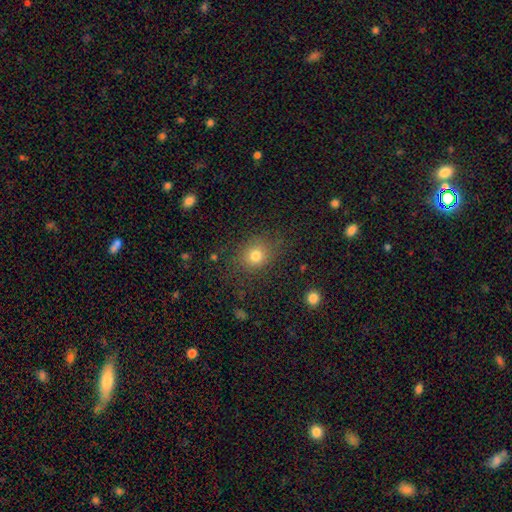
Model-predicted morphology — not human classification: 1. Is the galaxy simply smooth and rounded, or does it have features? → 77% smooth, 14% star or artifact, 8% featured or disk.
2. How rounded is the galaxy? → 68% round, 31% in between, 1% cigar-shaped.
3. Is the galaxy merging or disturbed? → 80% none, 12% minor disturbance, 6% major disturbance, 2% merger.